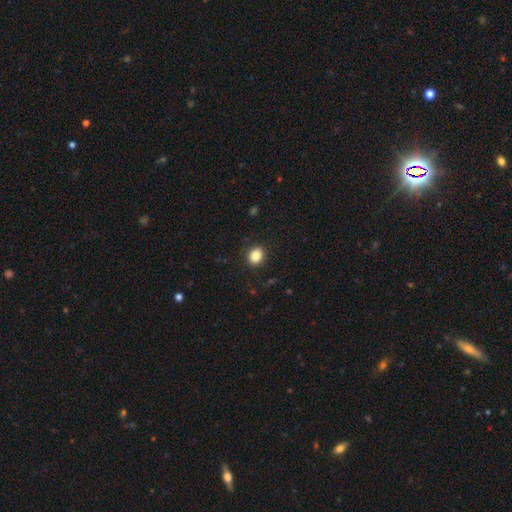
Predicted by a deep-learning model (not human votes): Q: Smooth or featured?
A: smooth (86%); runner-up: star or artifact (9%)
Q: How rounded?
A: round (56%); runner-up: in between (43%)
Q: Merging?
A: none (89%); runner-up: minor disturbance (8%)